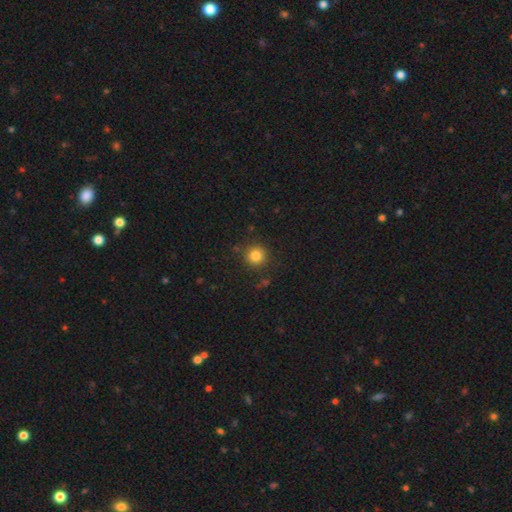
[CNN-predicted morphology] Overall: smooth (82%). How rounded: round (93%). Merging: none (87%).